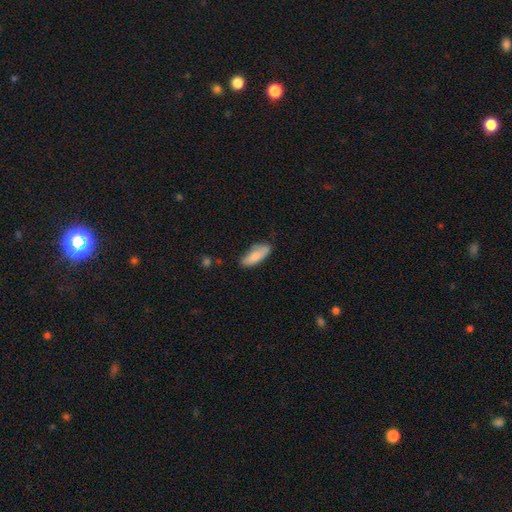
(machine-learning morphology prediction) smooth_or_featured: smooth (p=0.83) [alt: featured or disk p=0.11]
how_rounded: in between (p=0.68) [alt: cigar-shaped p=0.30]
merging: none (p=0.73) [alt: minor disturbance p=0.21]